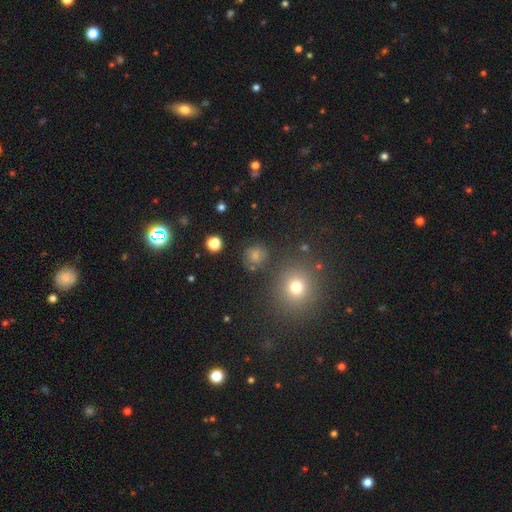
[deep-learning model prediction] Smooth or featured?
  - smooth: 70% *
  - star or artifact: 20%
  - featured or disk: 10%
How rounded?
  - round: 87% *
  - in between: 12%
  - cigar-shaped: 1%
Merging?
  - none: 79% *
  - minor disturbance: 12%
  - major disturbance: 5%
  - merger: 4%